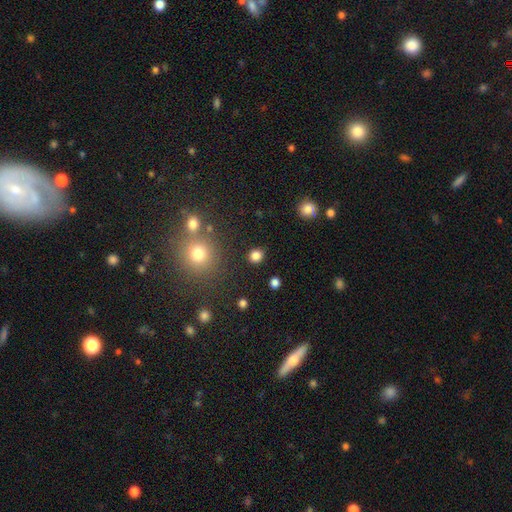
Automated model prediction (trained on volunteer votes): Morphology: type=smooth (82%); roundness=round (82%); merging=none (88%).